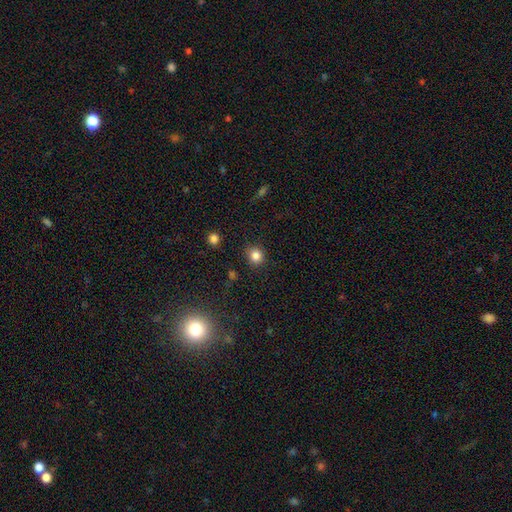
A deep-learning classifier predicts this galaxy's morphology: type=smooth (83%); roundness=round (84%); merging=none (87%).